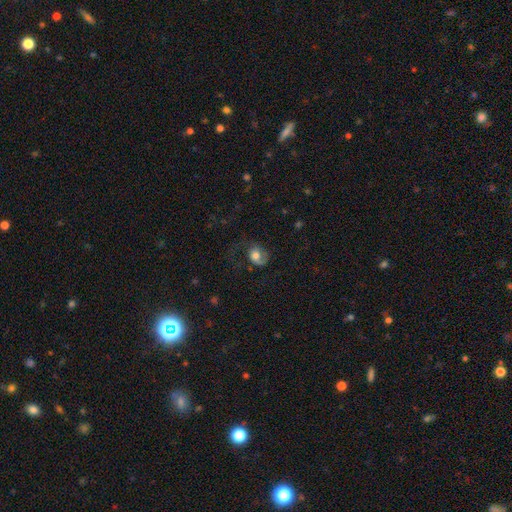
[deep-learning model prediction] Morphology: type=smooth (54%); roundness=in between (50%); merging=none (39%).